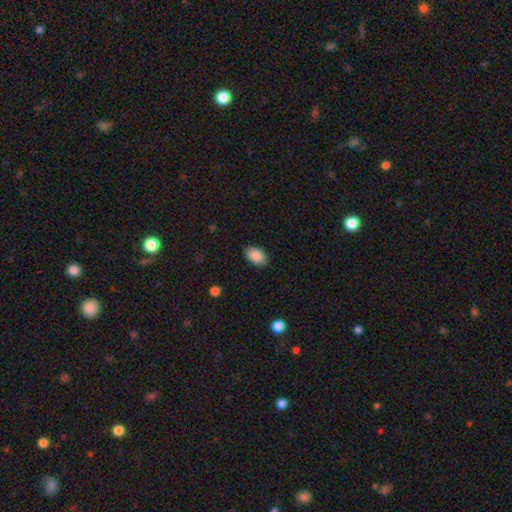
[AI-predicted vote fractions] smooth_or_featured: smooth (p=0.89) [alt: star or artifact p=0.07]
how_rounded: in between (p=0.93) [alt: round p=0.06]
merging: none (p=0.87) [alt: minor disturbance p=0.09]